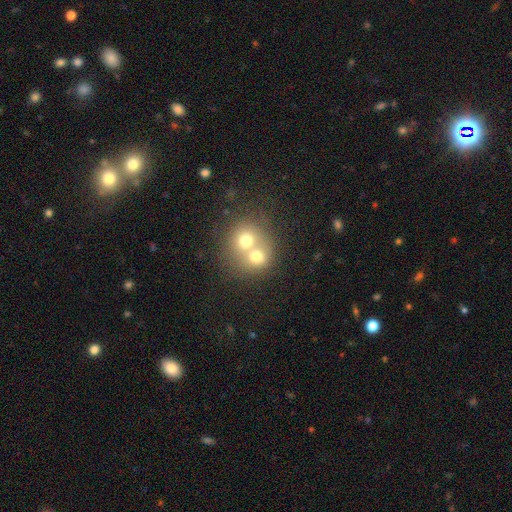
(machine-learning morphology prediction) A smooth galaxy with no disk features (61%) that is round (79%).

Vote fractions:
- Smooth or featured? smooth: 61% / featured or disk: 23% / star or artifact: 16%
- How rounded? round: 79% / in between: 20% / cigar-shaped: 1%
- Merging? merger: 65% / none: 28% / minor disturbance: 5% / major disturbance: 3%